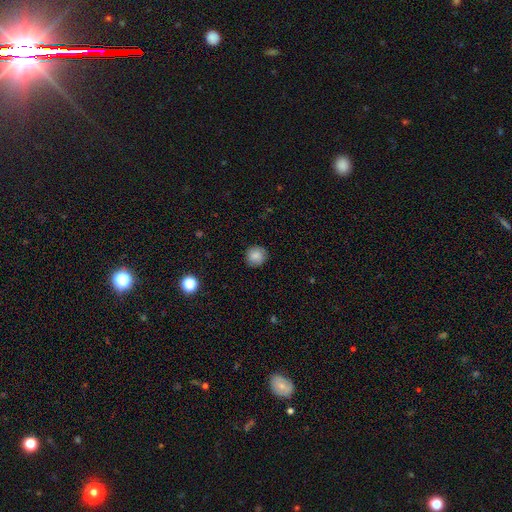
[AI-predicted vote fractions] smooth_or_featured: smooth (p=0.84) [alt: star or artifact p=0.09]
how_rounded: round (p=0.92) [alt: in between p=0.08]
merging: none (p=0.87) [alt: minor disturbance p=0.09]